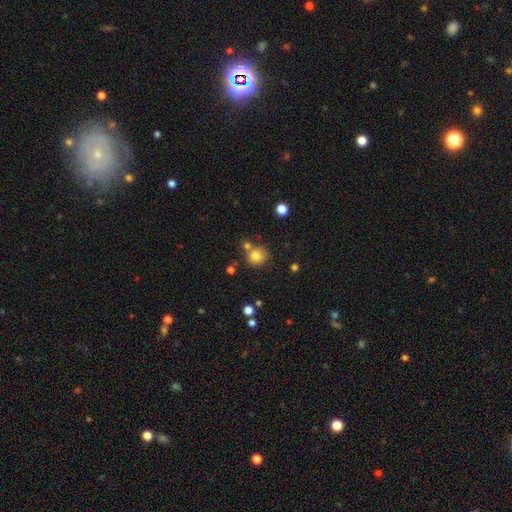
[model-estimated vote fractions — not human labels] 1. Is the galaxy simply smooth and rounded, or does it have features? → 81% smooth, 12% star or artifact, 8% featured or disk.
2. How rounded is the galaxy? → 88% round, 11% in between, 1% cigar-shaped.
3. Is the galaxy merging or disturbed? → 68% none, 17% merger, 11% minor disturbance, 4% major disturbance.